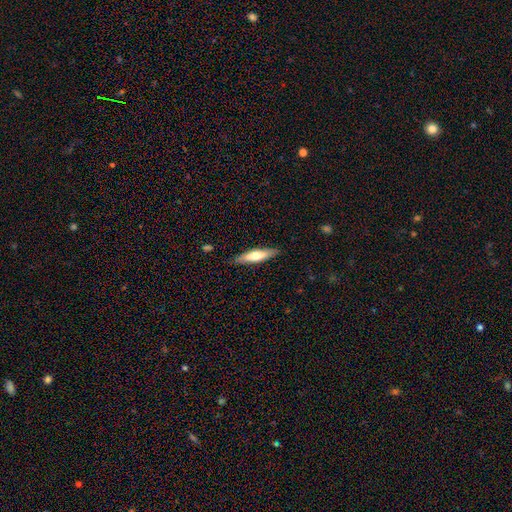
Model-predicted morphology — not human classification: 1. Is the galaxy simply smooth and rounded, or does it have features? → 55% smooth, 39% featured or disk, 6% star or artifact.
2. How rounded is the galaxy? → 76% cigar-shaped, 22% in between, 2% round.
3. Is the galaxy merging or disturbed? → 87% none, 10% minor disturbance, 2% major disturbance, 1% merger.